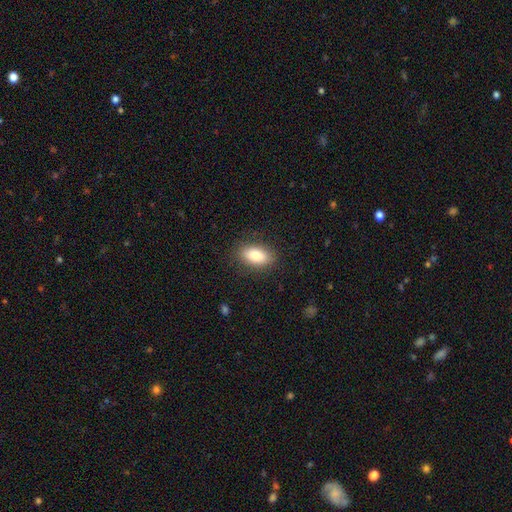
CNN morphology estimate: Smooth or featured?
  - smooth: 83% *
  - featured or disk: 10%
  - star or artifact: 7%
How rounded?
  - in between: 90% *
  - cigar-shaped: 5%
  - round: 5%
Merging?
  - none: 86% *
  - minor disturbance: 10%
  - major disturbance: 3%
  - merger: 1%